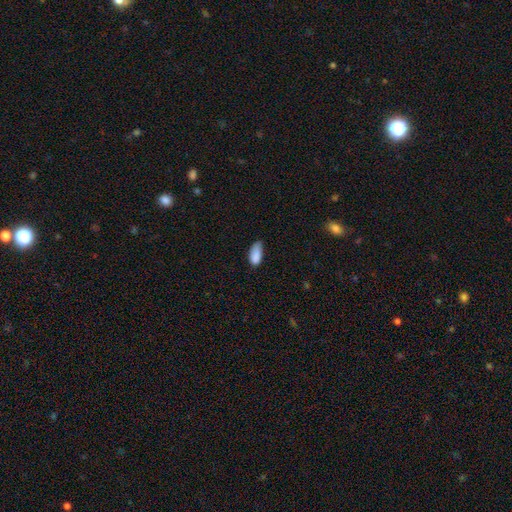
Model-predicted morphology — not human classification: Q: Smooth or featured?
A: smooth (87%); runner-up: star or artifact (8%)
Q: How rounded?
A: in between (89%); runner-up: cigar-shaped (9%)
Q: Merging?
A: none (54%); runner-up: minor disturbance (37%)